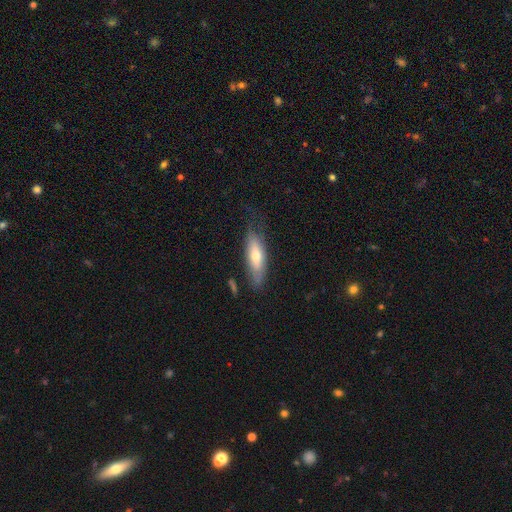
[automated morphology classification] A smooth galaxy with no disk features (58%) that is in between round and cigar-shaped (54%).

Vote fractions:
- Smooth or featured? smooth: 58% / featured or disk: 35% / star or artifact: 6%
- How rounded? in between: 54% / cigar-shaped: 44% / round: 2%
- Merging? none: 62% / minor disturbance: 26% / major disturbance: 10% / merger: 2%